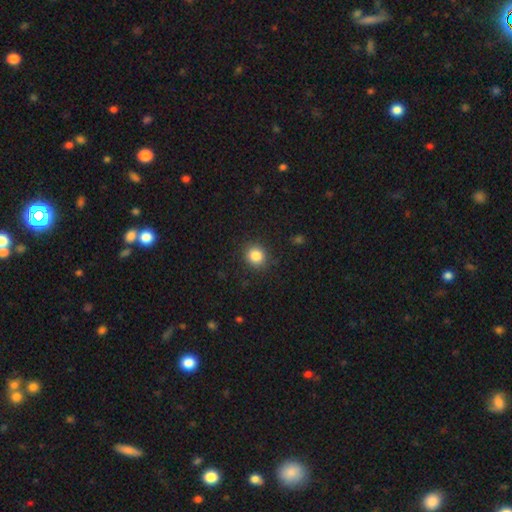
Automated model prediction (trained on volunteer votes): Smooth or featured? Predicted: smooth (p=0.84). How rounded? Predicted: round (p=0.85). Merging? Predicted: none (p=0.89).